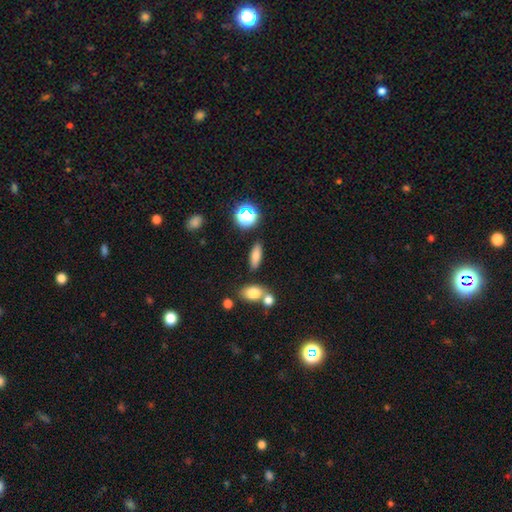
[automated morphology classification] A smooth galaxy with no disk features (75%) that is in between round and cigar-shaped (57%). Merging: none (81%).